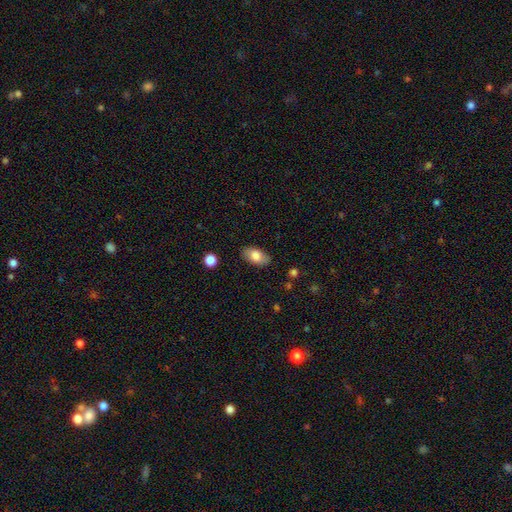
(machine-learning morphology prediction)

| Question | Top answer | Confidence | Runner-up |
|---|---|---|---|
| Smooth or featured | smooth | 81% | featured or disk (13%) |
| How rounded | in between | 92% | round (5%) |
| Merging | none | 85% | minor disturbance (11%) |